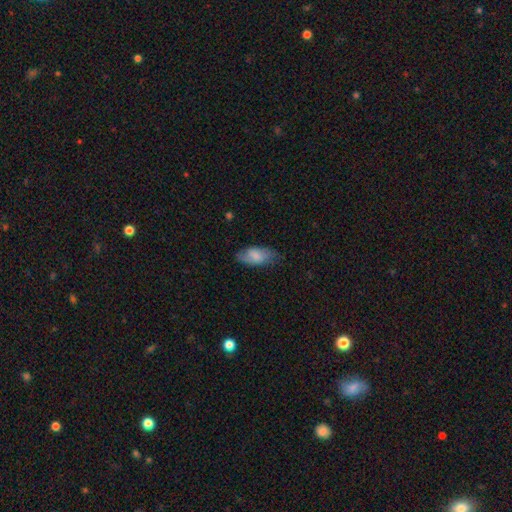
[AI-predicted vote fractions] smooth_or_featured: smooth (p=0.69) [alt: featured or disk p=0.24]
how_rounded: in between (p=0.89) [alt: cigar-shaped p=0.09]
merging: none (p=0.66) [alt: minor disturbance p=0.25]